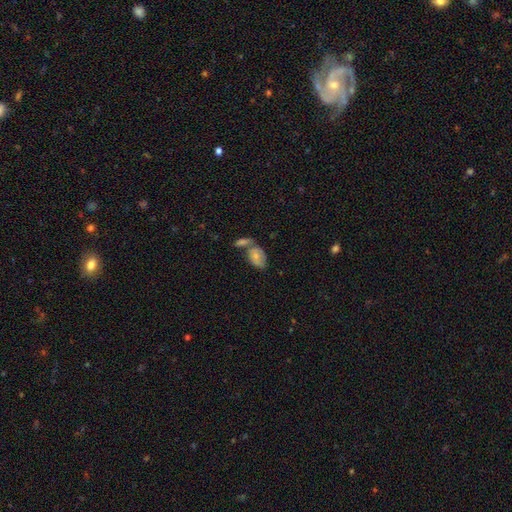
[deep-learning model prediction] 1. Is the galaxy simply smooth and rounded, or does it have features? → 70% smooth, 23% featured or disk, 7% star or artifact.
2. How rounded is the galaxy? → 91% in between, 7% round, 2% cigar-shaped.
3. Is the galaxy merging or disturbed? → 43% merger, 35% none, 15% minor disturbance, 7% major disturbance.